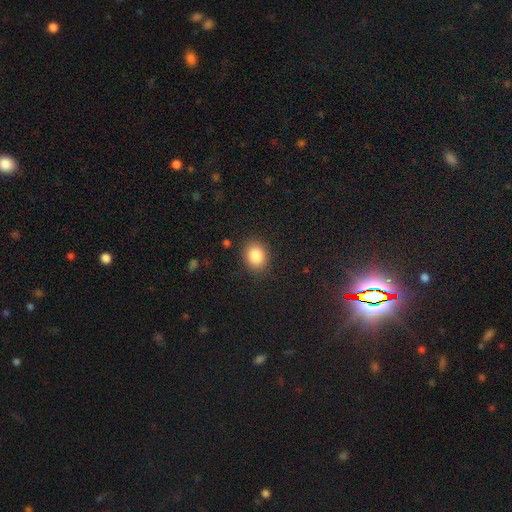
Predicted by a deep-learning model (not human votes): smooth-or-featured: smooth: 86% | star or artifact: 9% | featured or disk: 5%
  how-rounded: round: 53% | in between: 46% | cigar-shaped: 1%
  merging: none: 87% | minor disturbance: 9% | major disturbance: 3% | merger: 1%